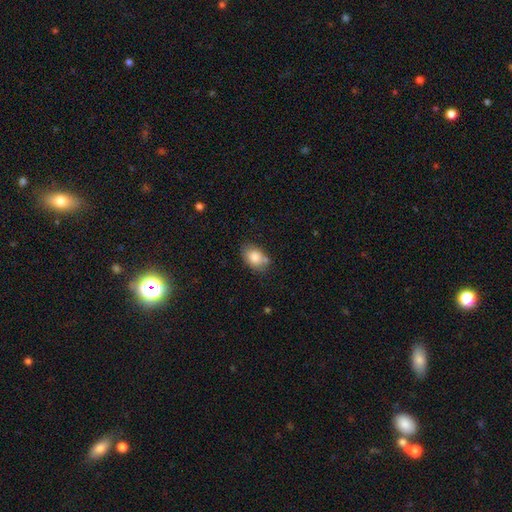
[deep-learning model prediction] Smooth or featured? Predicted: smooth (p=0.83). How rounded? Predicted: in between (p=0.81). Merging? Predicted: none (p=0.68).